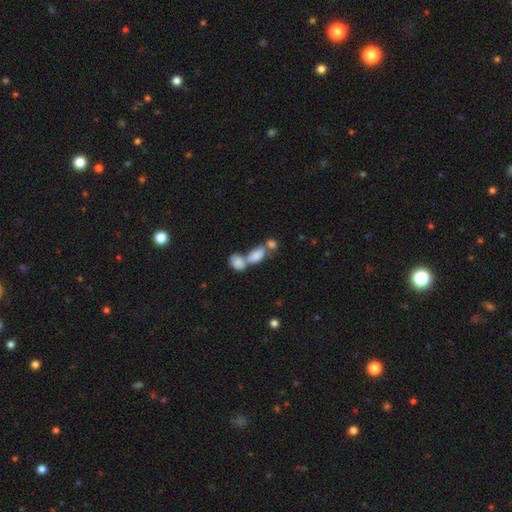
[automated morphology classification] Q: Smooth or featured?
A: smooth (77%); runner-up: featured or disk (13%)
Q: How rounded?
A: in between (87%); runner-up: round (9%)
Q: Merging?
A: merger (65%); runner-up: none (21%)